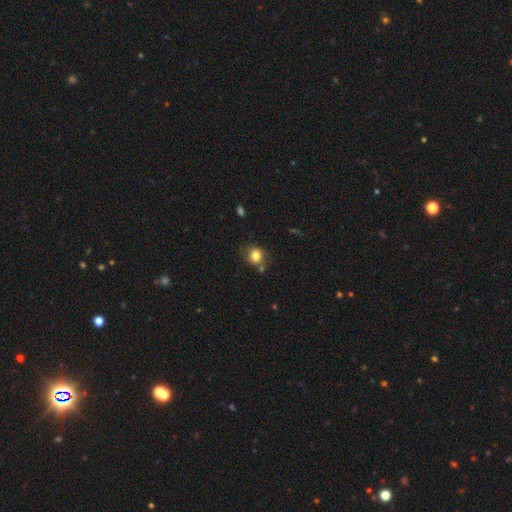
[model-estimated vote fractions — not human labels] smooth_or_featured: smooth (p=0.81) [alt: star or artifact p=0.10]
how_rounded: round (p=0.72) [alt: in between p=0.27]
merging: none (p=0.66) [alt: minor disturbance p=0.20]